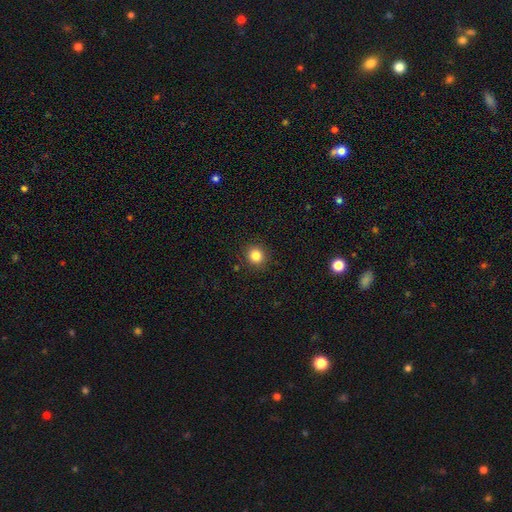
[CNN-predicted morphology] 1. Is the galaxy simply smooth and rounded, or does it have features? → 83% smooth, 12% star or artifact, 5% featured or disk.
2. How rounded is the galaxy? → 90% round, 9% in between, 1% cigar-shaped.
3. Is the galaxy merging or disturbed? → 91% none, 6% minor disturbance, 2% major disturbance, 1% merger.